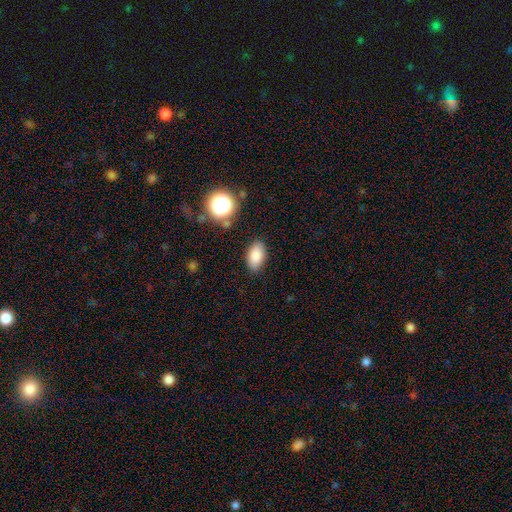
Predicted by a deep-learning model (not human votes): This is clearly a smooth galaxy (83%). How rounded: clearly in between (91%). Merging: clearly none (84%).